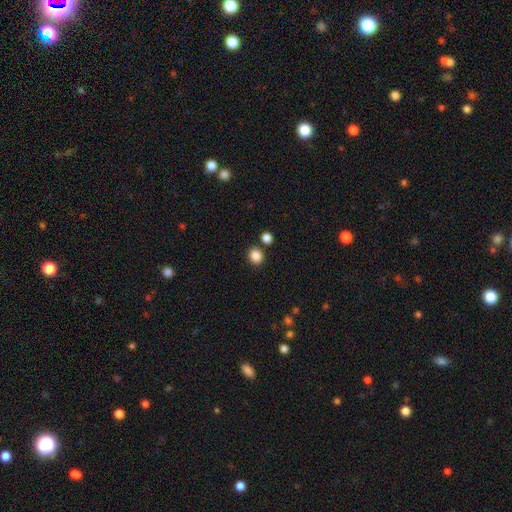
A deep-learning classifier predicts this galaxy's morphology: This appears to be a smooth galaxy with no disk features (86%) that is round (76%). Merging: none (82%).